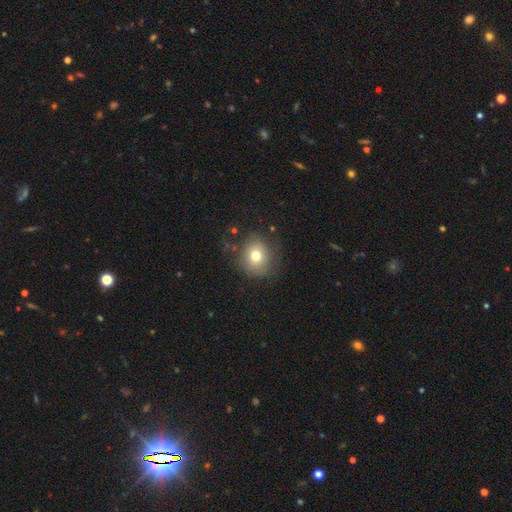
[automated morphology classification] Smooth or featured?
  - smooth: 73% *
  - featured or disk: 14%
  - star or artifact: 13%
How rounded?
  - round: 82% *
  - in between: 17%
  - cigar-shaped: 1%
Merging?
  - none: 76% *
  - minor disturbance: 15%
  - major disturbance: 7%
  - merger: 2%